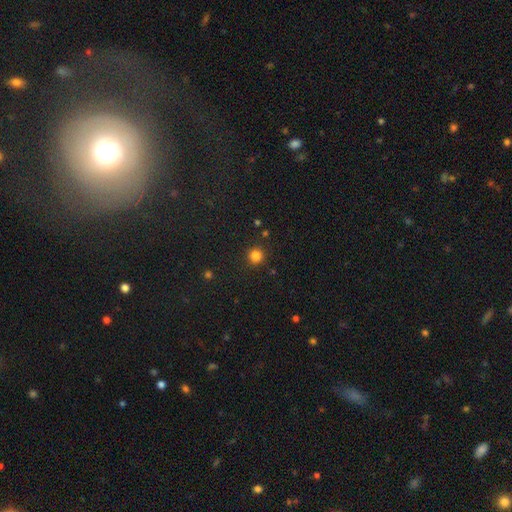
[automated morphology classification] Smooth or featured: smooth — 83% (star or artifact — 13%)
How rounded: round — 94% (in between — 5%)
Merging: none — 90% (minor disturbance — 6%)